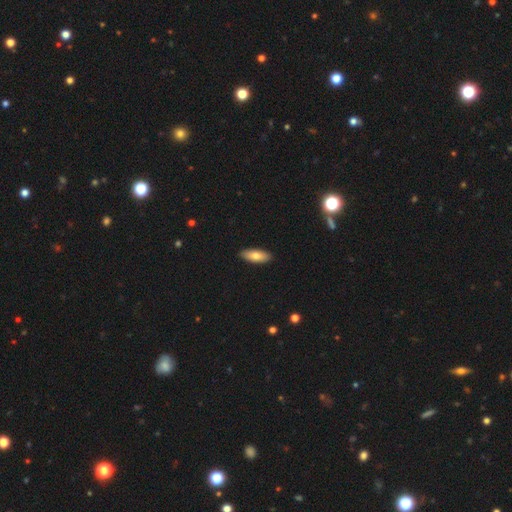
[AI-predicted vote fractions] Q: Smooth or featured?
A: smooth (75%); runner-up: featured or disk (19%)
Q: How rounded?
A: in between (72%); runner-up: cigar-shaped (26%)
Q: Merging?
A: none (90%); runner-up: minor disturbance (8%)